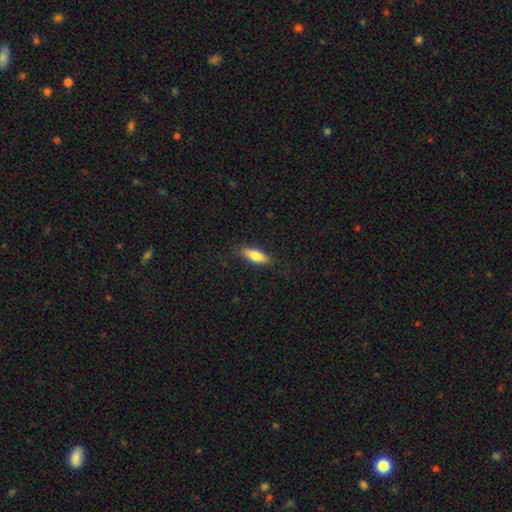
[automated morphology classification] Overall: smooth (76%). How rounded: in between (52%; cigar-shaped 46%). Merging: none (86%).